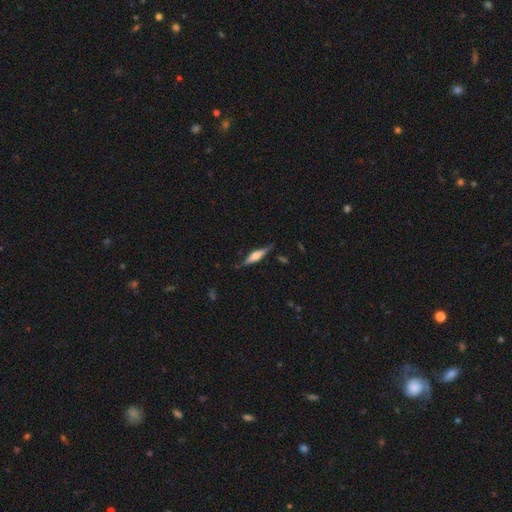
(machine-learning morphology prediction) A featured or disk galaxy (67%) viewed edge-on (97%) with a rounded central bulge (75%).

Vote fractions:
- Smooth or featured? featured or disk: 67% / smooth: 27% / star or artifact: 6%
- Edge-on disk? yes: 97% / no: 3%
- Edge-on bulge? rounded: 75% / boxy: 21% / none: 4%
- Merging? none: 83% / minor disturbance: 12% / major disturbance: 3% / merger: 2%